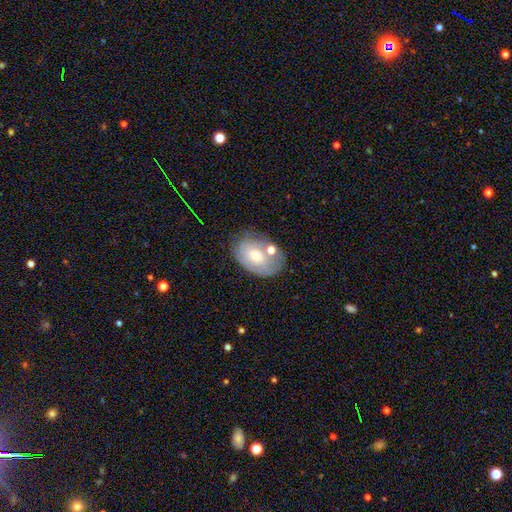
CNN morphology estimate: This is possibly a smooth galaxy (47%). Merging: possibly none (52%).